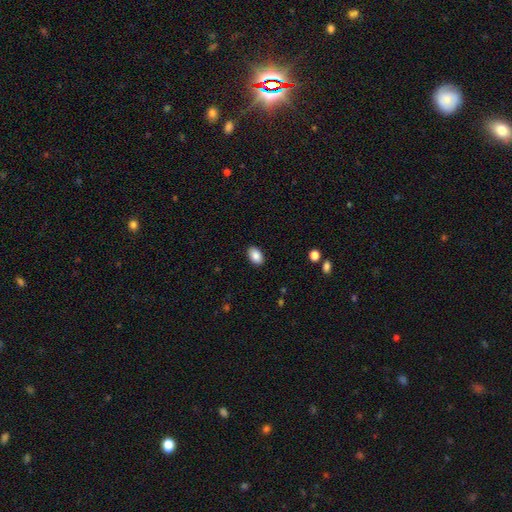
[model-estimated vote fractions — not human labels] smooth 88%, star or artifact 8%, featured or disk 4%. Down the decision tree: how rounded — in between (89%); merging — none (89%).